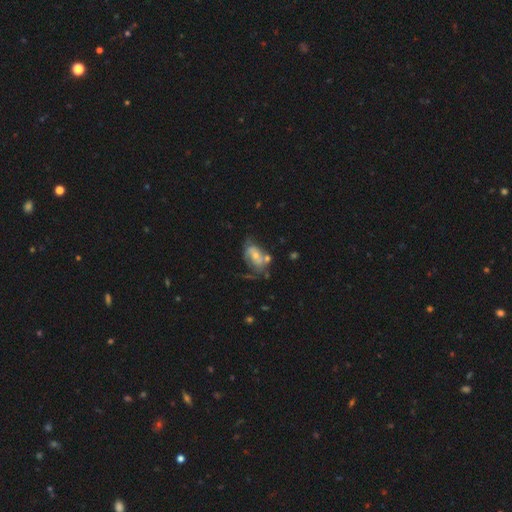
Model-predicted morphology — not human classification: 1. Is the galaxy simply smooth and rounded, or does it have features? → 64% featured or disk, 28% smooth, 8% star or artifact.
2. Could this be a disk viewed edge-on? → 96% no, 4% yes.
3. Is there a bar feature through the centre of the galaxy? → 64% no, 28% weak, 8% strong.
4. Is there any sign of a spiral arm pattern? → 68% yes, 32% no.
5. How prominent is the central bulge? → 47% moderate, 46% small, 3% large, 3% none, 1% dominant.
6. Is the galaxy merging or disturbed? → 34% none, 25% major disturbance, 25% minor disturbance, 17% merger.